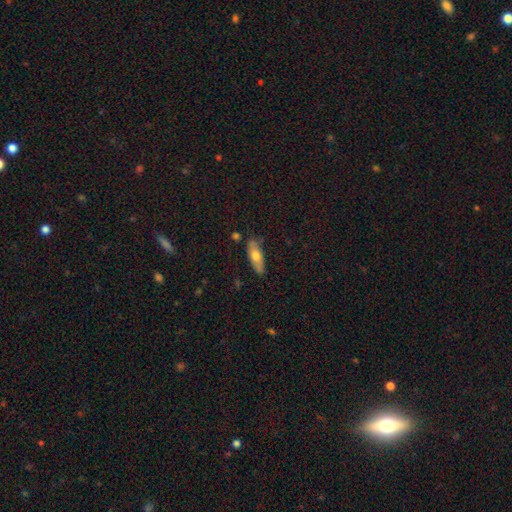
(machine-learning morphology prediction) Smooth or featured? smooth (62%)
How rounded? in between (63%)
Merging? none (77%)